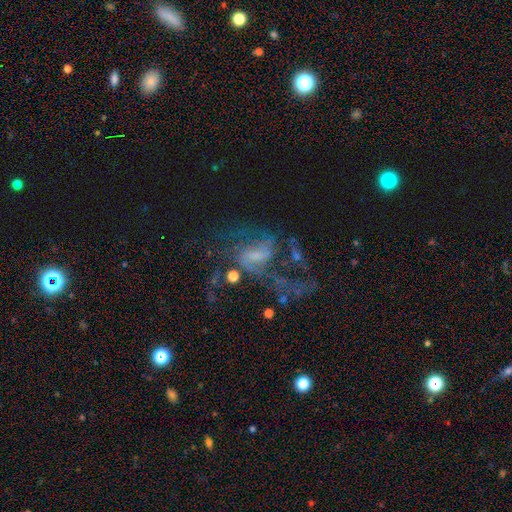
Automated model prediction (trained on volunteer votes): Smooth or featured? Predicted: featured or disk (p=0.72). Edge-on disk? Predicted: no (p=0.96). Bar? Predicted: weak (p=0.45). Spiral arms? Predicted: yes (p=0.79). Spiral winding? Predicted: loose (p=0.49). Spiral arm count? Predicted: 2 (p=0.43). Bulge size? Predicted: small (p=0.42). Merging? Predicted: major disturbance (p=0.41).